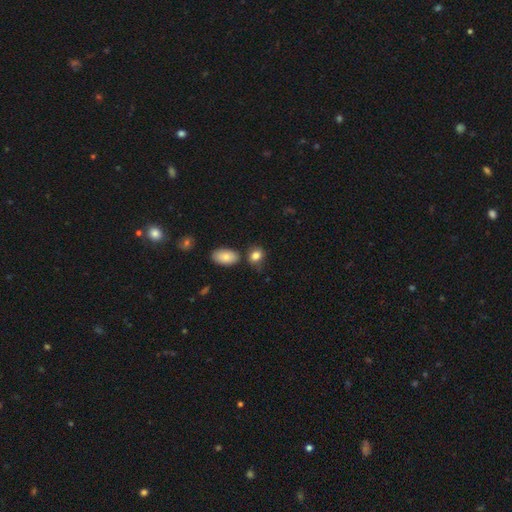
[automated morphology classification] type=smooth (83%); roundness=in between (61%); merging=none (63%).